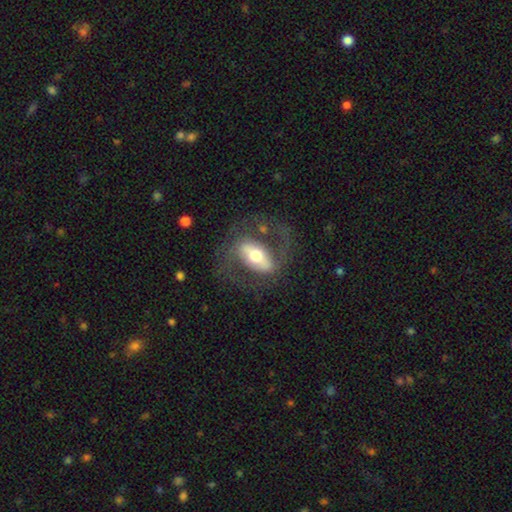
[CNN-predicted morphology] smooth_or_featured: featured or disk (p=0.74) [alt: smooth p=0.20]
disk_edge_on: no (p=0.92) [alt: yes p=0.08]
bar: strong (p=0.54) [alt: weak p=0.27]
has_spiral_arms: yes (p=0.76) [alt: no p=0.24]
spiral_winding: medium (p=0.48) [alt: loose p=0.33]
spiral_arm_count: 2 (p=0.85) [alt: can't tell p=0.07]
bulge_size: moderate (p=0.62) [alt: large p=0.20]
merging: none (p=0.65) [alt: major disturbance p=0.18]